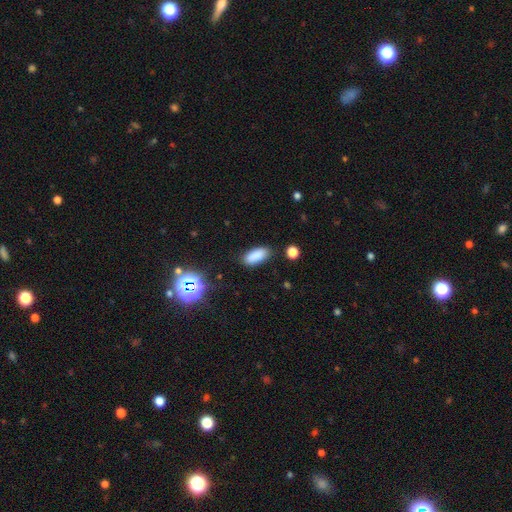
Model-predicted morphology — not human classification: smooth-or-featured: smooth: 85% | star or artifact: 10% | featured or disk: 5%
  how-rounded: in between: 83% | cigar-shaped: 14% | round: 2%
  merging: none: 84% | minor disturbance: 11% | major disturbance: 3% | merger: 2%